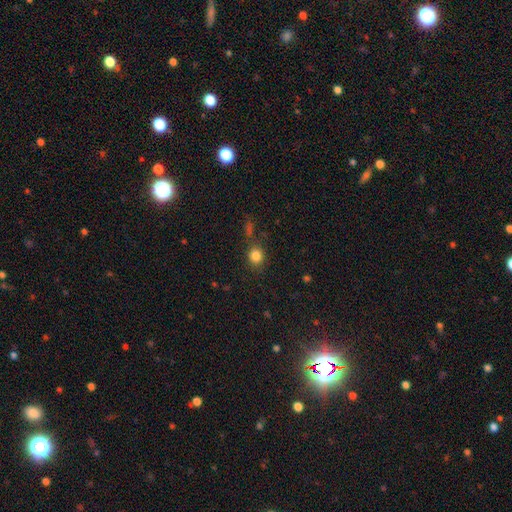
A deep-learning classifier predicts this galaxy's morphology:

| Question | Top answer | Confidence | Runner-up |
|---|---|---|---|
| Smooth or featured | smooth | 83% | star or artifact (12%) |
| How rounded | round | 82% | in between (17%) |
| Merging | none | 80% | minor disturbance (11%) |